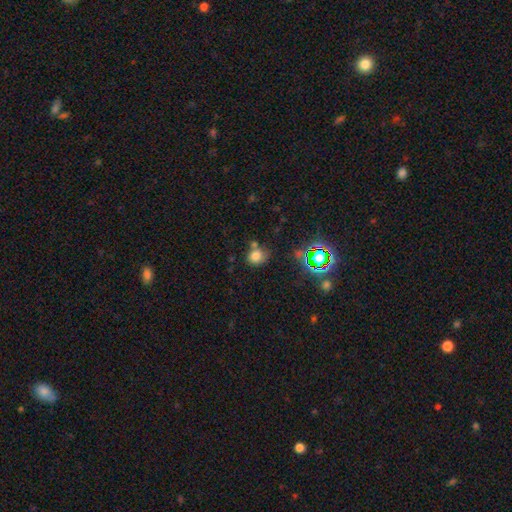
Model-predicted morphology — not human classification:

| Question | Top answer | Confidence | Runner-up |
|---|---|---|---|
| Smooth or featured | smooth | 72% | star or artifact (19%) |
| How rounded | round | 73% | in between (26%) |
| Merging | none | 56% | merger (20%) |